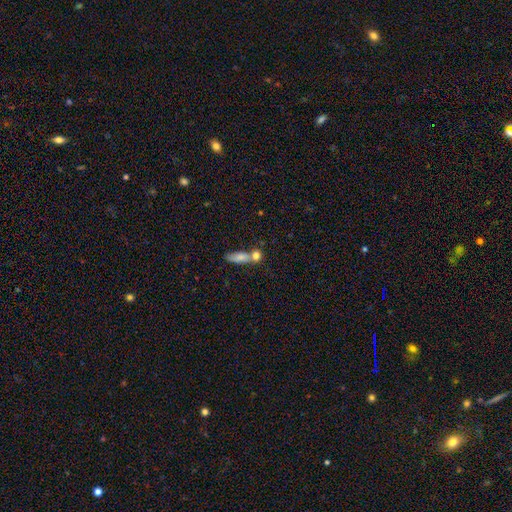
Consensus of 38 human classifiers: Smooth or featured: smooth — 76% (featured or disk — 16%)
How rounded: round — 66% (in between — 17%)
Merging: none — 49% (merger — 26%)